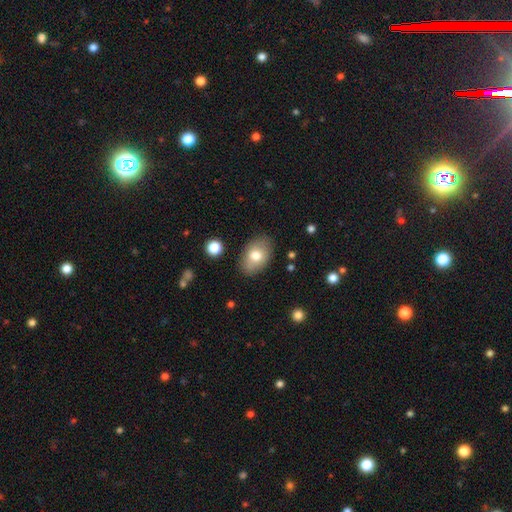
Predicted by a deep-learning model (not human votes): The model was most divided on "smooth or featured": smooth: 75%, featured or disk: 17%, star or artifact: 7%. More confident: how rounded — in between (86%); merging — none (82%).